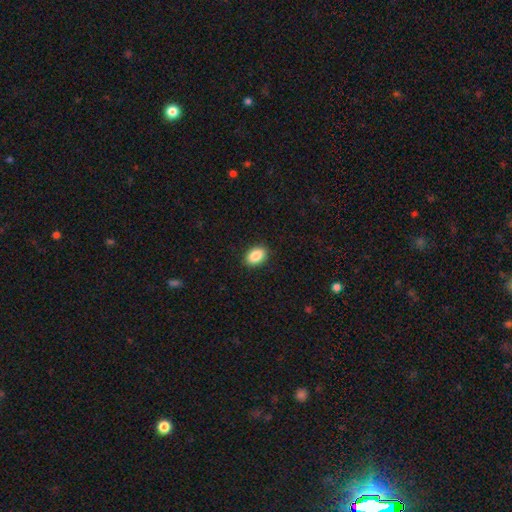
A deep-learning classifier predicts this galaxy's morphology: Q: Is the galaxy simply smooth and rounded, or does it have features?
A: smooth — 88%.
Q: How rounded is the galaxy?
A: in between — 86%.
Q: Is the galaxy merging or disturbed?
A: none — 90%.